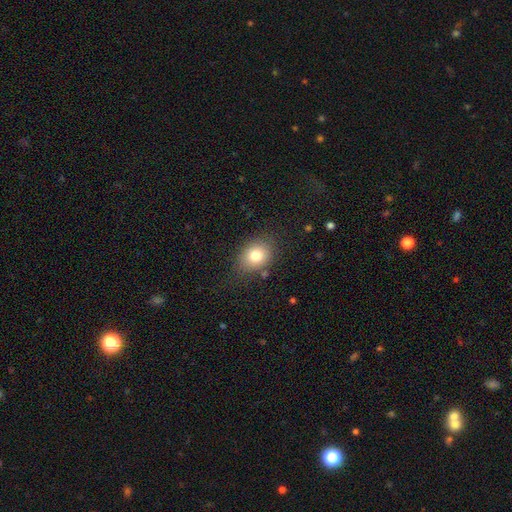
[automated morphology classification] Smooth or featured: smooth — 79% (featured or disk — 11%)
How rounded: in between — 54% (round — 46%)
Merging: none — 79% (minor disturbance — 14%)